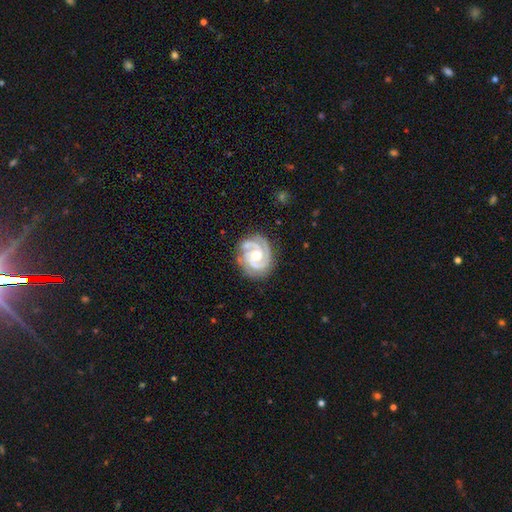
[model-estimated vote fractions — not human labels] Smooth or featured? Predicted: featured or disk (p=0.91). Edge-on disk? Predicted: no (p=0.98). Bar? Predicted: no (p=0.60). Spiral arms? Predicted: yes (p=0.98). Spiral winding? Predicted: tight (p=0.67). Spiral arm count? Predicted: 2 (p=0.59). Bulge size? Predicted: moderate (p=0.62). Merging? Predicted: none (p=0.78).